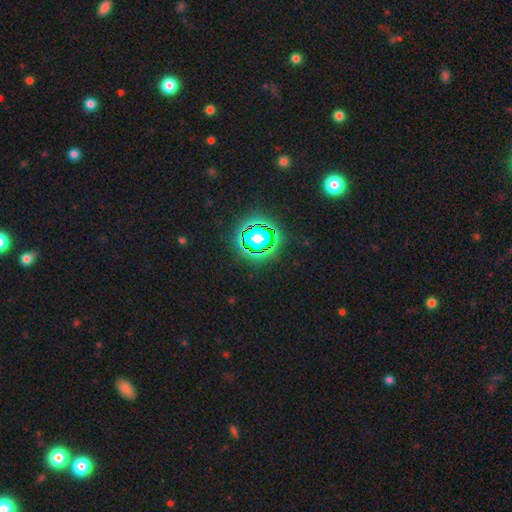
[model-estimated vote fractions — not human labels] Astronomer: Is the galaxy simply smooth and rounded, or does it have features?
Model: star or artifact — 82%.